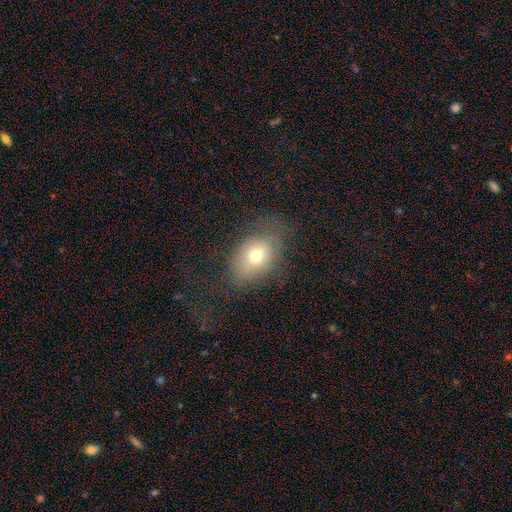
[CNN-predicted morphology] Smooth or featured? Predicted: smooth (p=0.69). How rounded? Predicted: in between (p=0.71). Merging? Predicted: none (p=0.63).